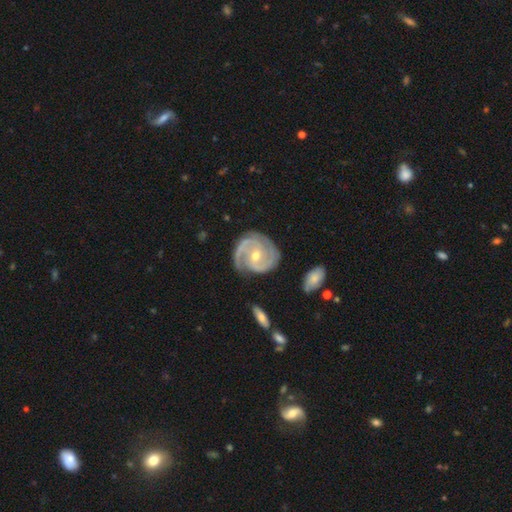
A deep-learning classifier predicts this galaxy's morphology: A featured or disk galaxy (91%) with no bar (53%), 2 (58%) tight (60%) spiral arms (98%) and a moderate central bulge (50%). Merging: none (75%).